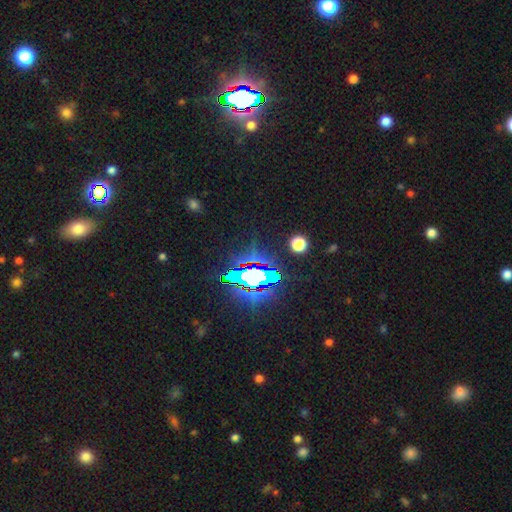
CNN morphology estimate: This appears to be a star or artifact, not a galaxy (83%).